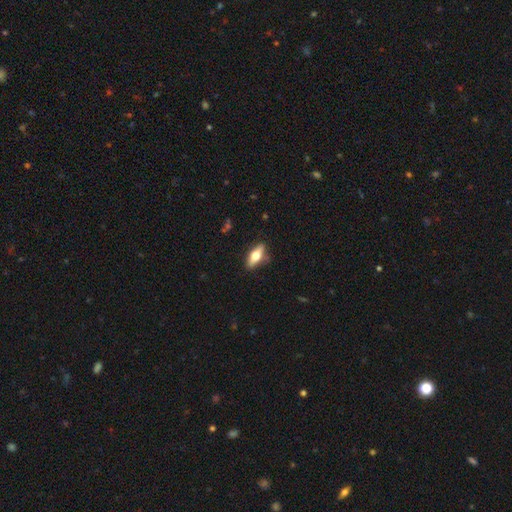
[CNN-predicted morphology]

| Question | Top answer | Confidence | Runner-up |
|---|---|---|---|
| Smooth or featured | smooth | 52% | featured or disk (41%) |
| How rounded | in between | 67% | cigar-shaped (29%) |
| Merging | none | 81% | minor disturbance (14%) |